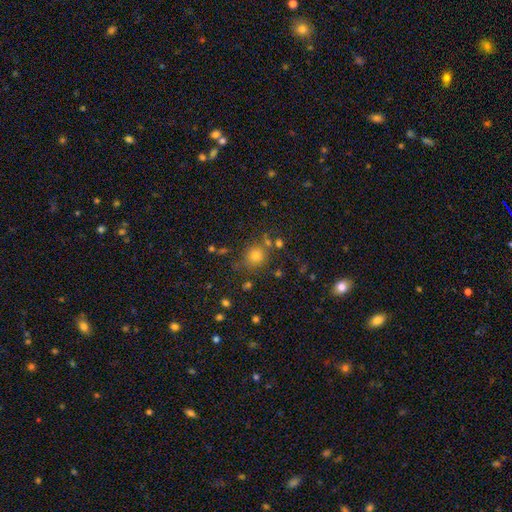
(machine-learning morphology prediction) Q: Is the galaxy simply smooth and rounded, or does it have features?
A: smooth — 72%.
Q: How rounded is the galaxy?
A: round — 85%.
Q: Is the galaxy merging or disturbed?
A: none — 76%.